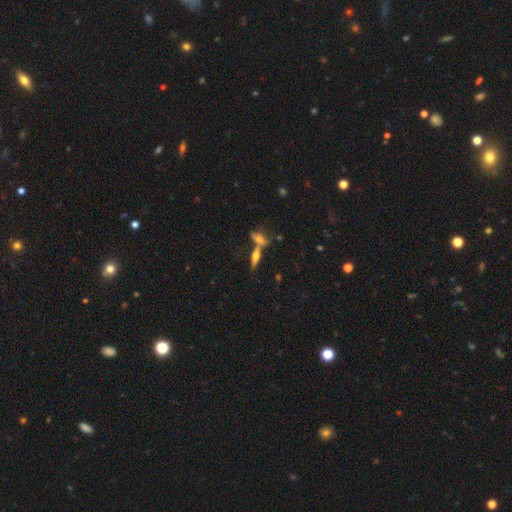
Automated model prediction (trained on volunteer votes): Morphology: type=featured or disk (54%); edge-on=yes (92%); edge-on bulge=rounded (91%); merging=none (59%).